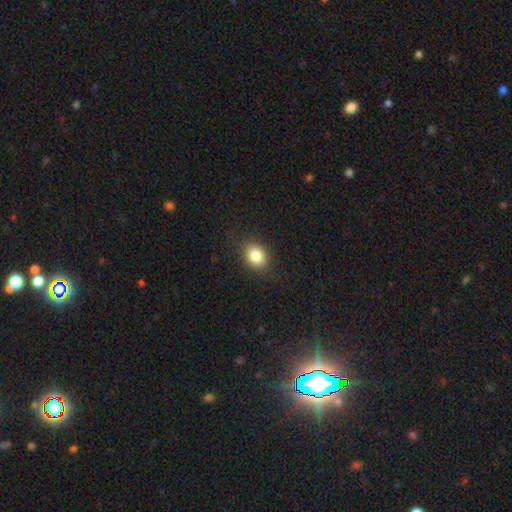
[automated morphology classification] Smooth or featured?
  - smooth: 83% *
  - star or artifact: 10%
  - featured or disk: 7%
How rounded?
  - in between: 51% *
  - round: 48%
  - cigar-shaped: 1%
Merging?
  - none: 86% *
  - minor disturbance: 10%
  - major disturbance: 3%
  - merger: 1%